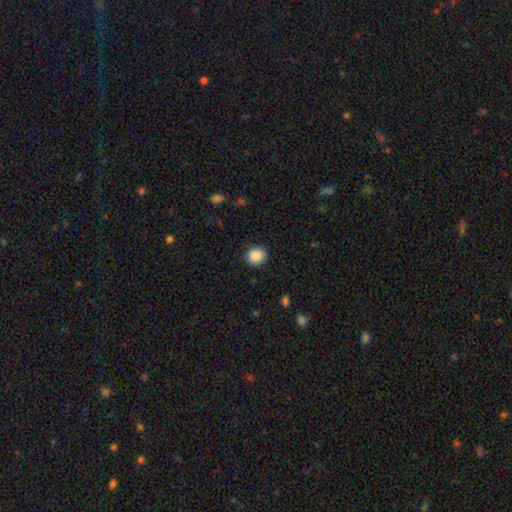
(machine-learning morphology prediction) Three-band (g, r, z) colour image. It shows a smooth galaxy with no disk features (89%) that is round (86%). Merging: none (90%).